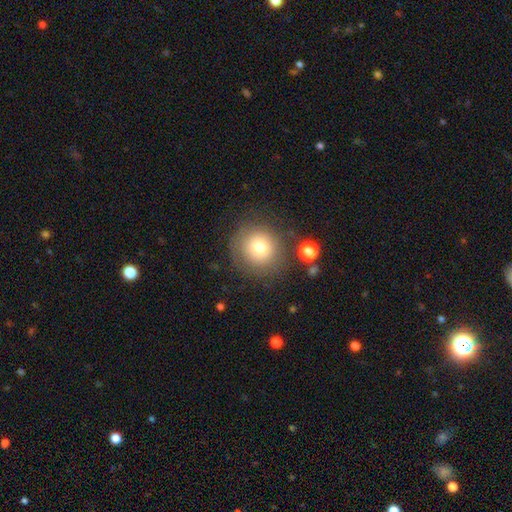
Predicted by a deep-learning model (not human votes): A smooth galaxy with no disk features (71%) that is round (92%).

Vote fractions:
- Smooth or featured? smooth: 71% / featured or disk: 16% / star or artifact: 13%
- How rounded? round: 92% / in between: 7% / cigar-shaped: 1%
- Merging? none: 80% / minor disturbance: 11% / major disturbance: 6% / merger: 3%